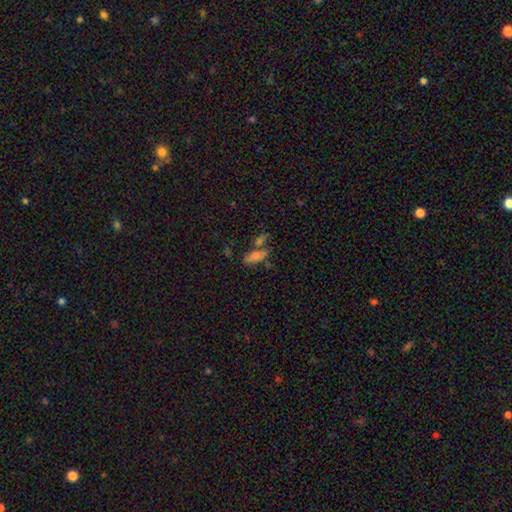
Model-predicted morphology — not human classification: This is likely a smooth galaxy (67%). How rounded: likely in between (70%). Merging: possibly none (48%).